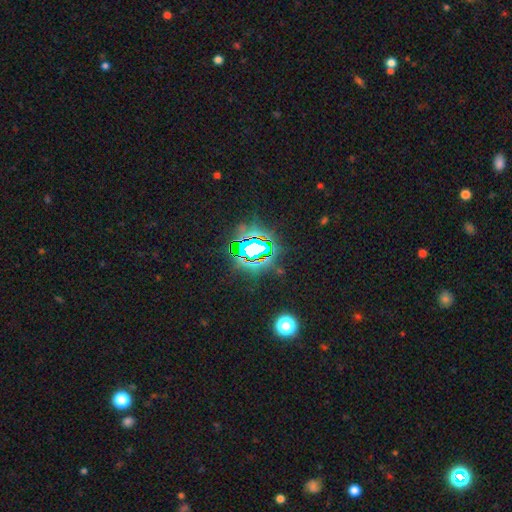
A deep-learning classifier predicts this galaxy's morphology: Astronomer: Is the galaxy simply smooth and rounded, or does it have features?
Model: star or artifact — 79%.